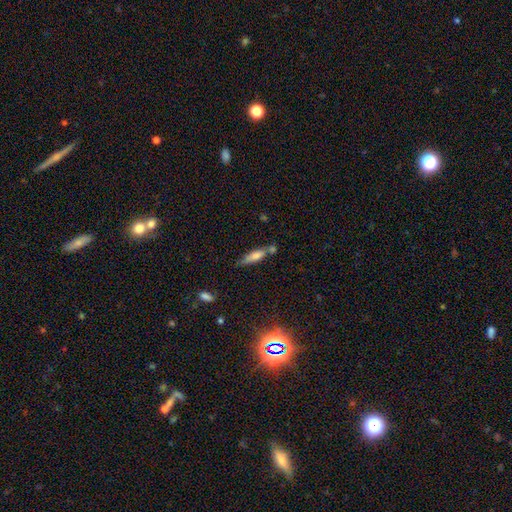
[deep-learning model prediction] The model was most divided on "how rounded": cigar-shaped: 65%, in between: 33%, round: 2%. More confident: smooth or featured — smooth (65%); merging — none (56%).